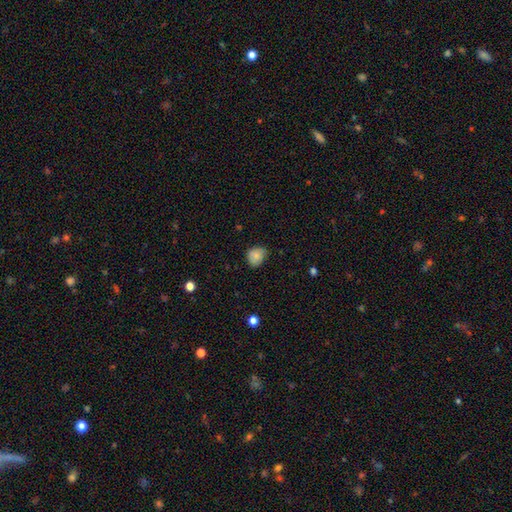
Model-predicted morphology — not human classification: smooth_or_featured: smooth (p=0.82) [alt: featured or disk p=0.09]
how_rounded: round (p=0.63) [alt: in between p=0.37]
merging: none (p=0.62) [alt: minor disturbance p=0.32]